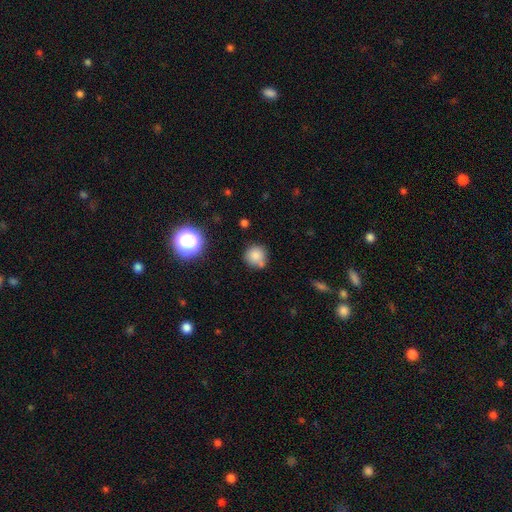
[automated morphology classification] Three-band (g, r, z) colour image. It shows a smooth galaxy with no disk features (81%) that is round (92%). Merging: none (71%).